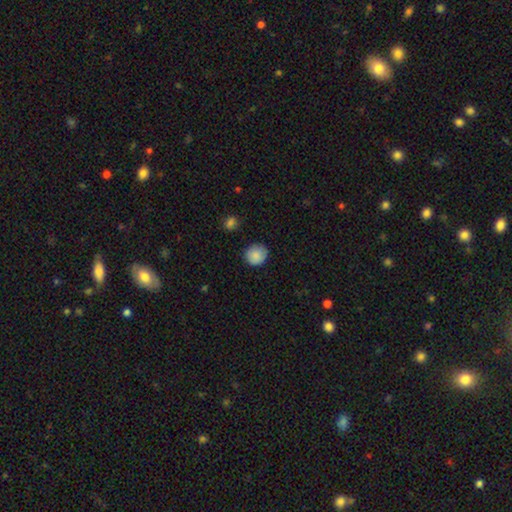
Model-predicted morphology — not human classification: smooth_or_featured: smooth (p=0.87) [alt: star or artifact p=0.08]
how_rounded: round (p=0.89) [alt: in between p=0.10]
merging: none (p=0.84) [alt: minor disturbance p=0.13]